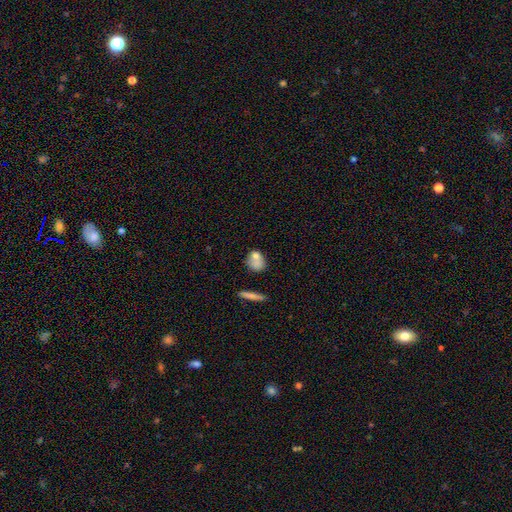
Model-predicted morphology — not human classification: Smooth or featured? Predicted: smooth (p=0.72). How rounded? Predicted: round (p=0.60). Merging? Predicted: none (p=0.50).